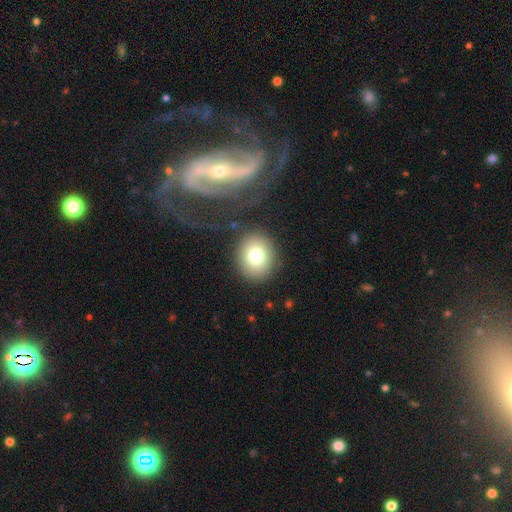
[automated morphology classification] A smooth galaxy with no disk features (77%) that is round (74%). Merging: none (85%).